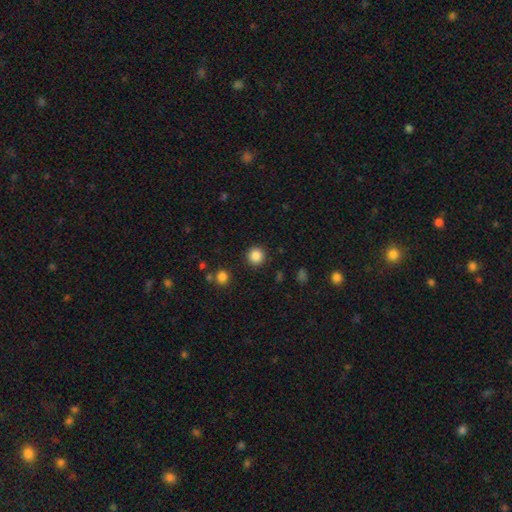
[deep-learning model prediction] This is clearly a smooth galaxy (86%). How rounded: clearly round (95%). Merging: clearly none (91%).